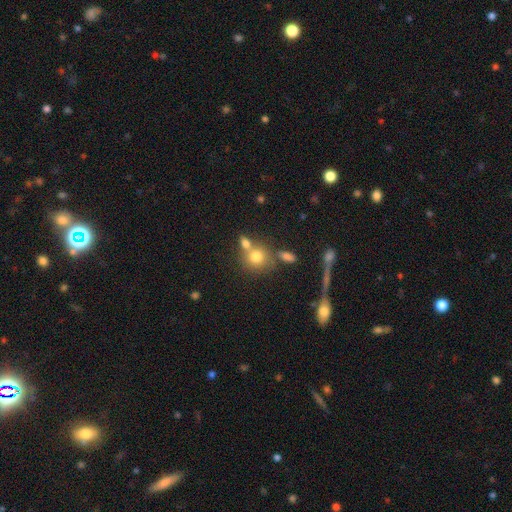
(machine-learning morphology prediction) type=smooth (75%); roundness=round (80%); merging=none (49%).